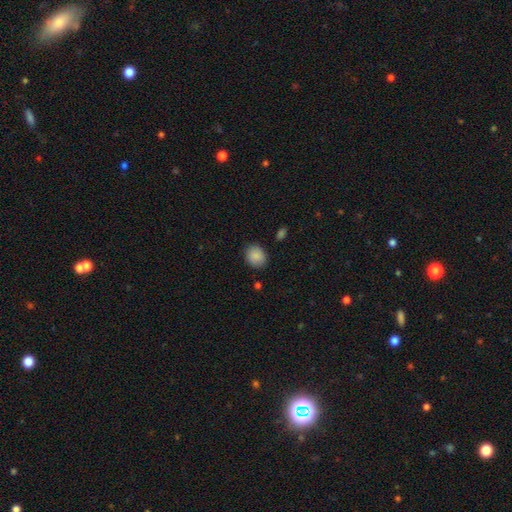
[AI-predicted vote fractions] Smooth or featured? Predicted: smooth (p=0.88). How rounded? Predicted: round (p=0.68). Merging? Predicted: none (p=0.87).